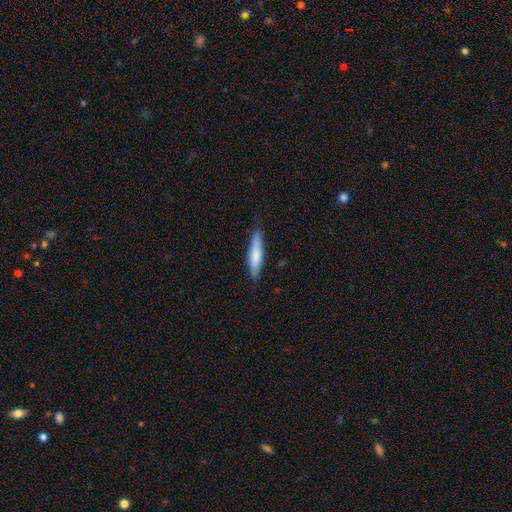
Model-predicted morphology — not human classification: The model was most divided on "smooth or featured": smooth: 68%, featured or disk: 26%, star or artifact: 6%. More confident: merging — none (85%); how rounded — cigar-shaped (82%).